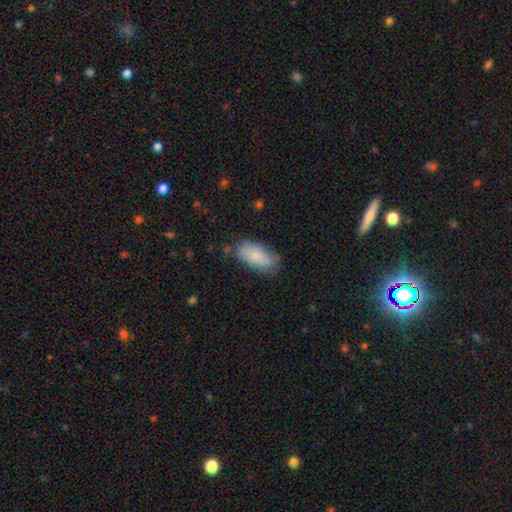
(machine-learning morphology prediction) The model was most divided on "merging": none: 68%, minor disturbance: 24%, major disturbance: 5%, merger: 3%. More confident: how rounded — in between (91%); smooth or featured — smooth (78%).